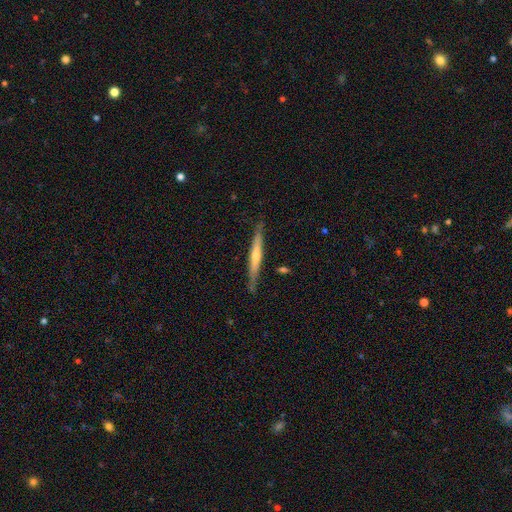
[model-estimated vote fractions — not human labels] This appears to be a featured or disk galaxy (67%) viewed edge-on (96%) with a rounded central bulge (70%). Merging: none (86%).